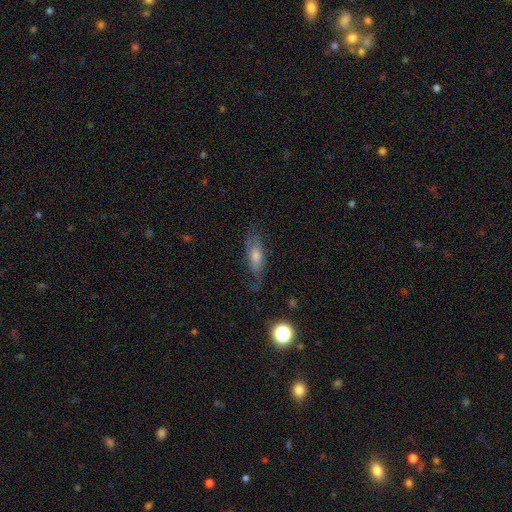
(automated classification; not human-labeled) featured or disk 48%, smooth 41%, star or artifact 11%. Down the decision tree: merging — none (66%).